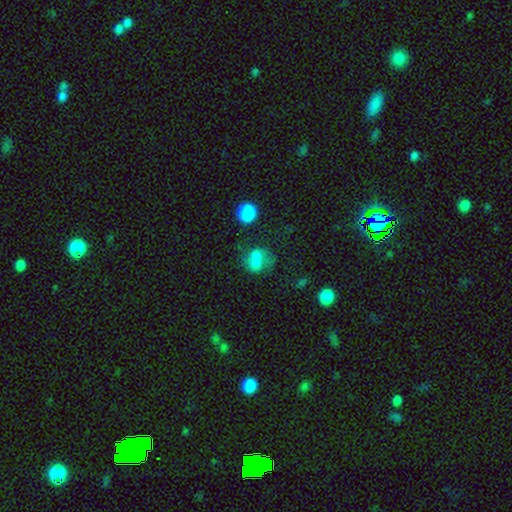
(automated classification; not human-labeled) This appears to be a smooth galaxy with no disk features (59%) that is in between round and cigar-shaped (51%). Merging: merger (44%).